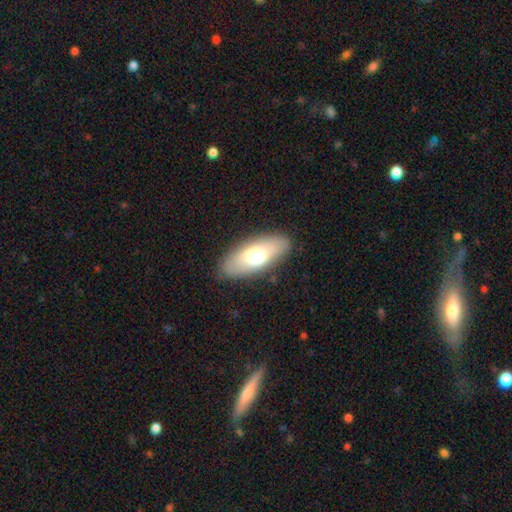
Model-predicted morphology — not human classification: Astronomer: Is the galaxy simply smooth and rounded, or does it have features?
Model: smooth — 67%.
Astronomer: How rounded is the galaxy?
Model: in between — 82%.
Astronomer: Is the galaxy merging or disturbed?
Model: none — 86%.